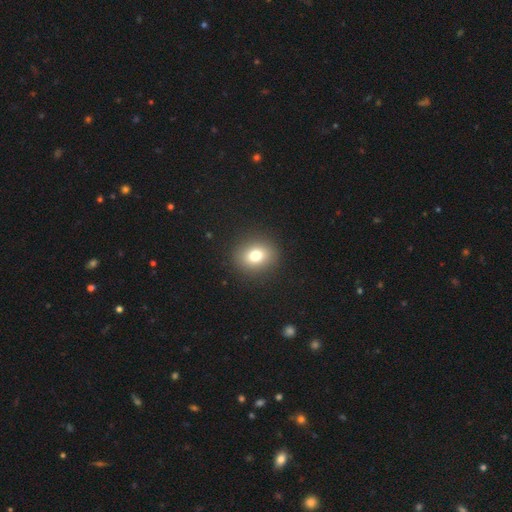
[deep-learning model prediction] Morphology: type=smooth (76%); roundness=round (68%); merging=none (90%).